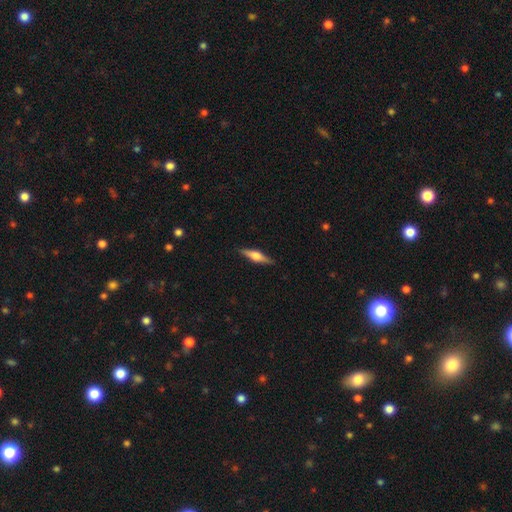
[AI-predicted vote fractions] Morphology: type=featured or disk (60%); edge-on=yes (96%); edge-on bulge=rounded (89%); merging=none (89%).